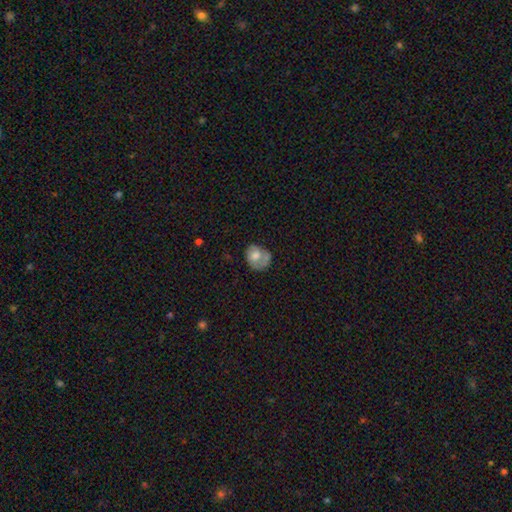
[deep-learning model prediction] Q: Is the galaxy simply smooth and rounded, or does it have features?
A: smooth — 59%.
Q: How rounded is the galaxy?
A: round — 51%.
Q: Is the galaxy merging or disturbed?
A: none — 41%.